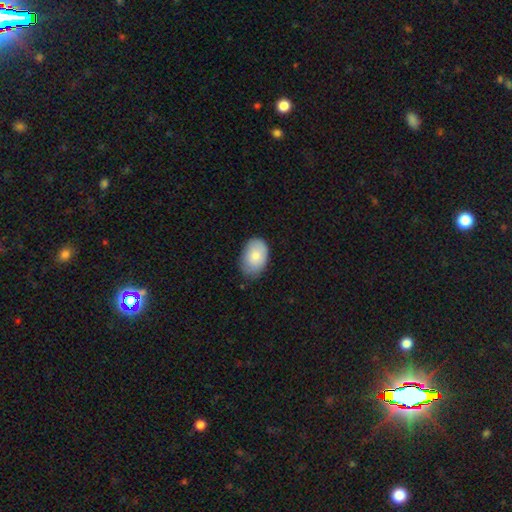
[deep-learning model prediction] Smooth or featured? Predicted: smooth (p=0.79). How rounded? Predicted: in between (p=0.86). Merging? Predicted: none (p=0.70).